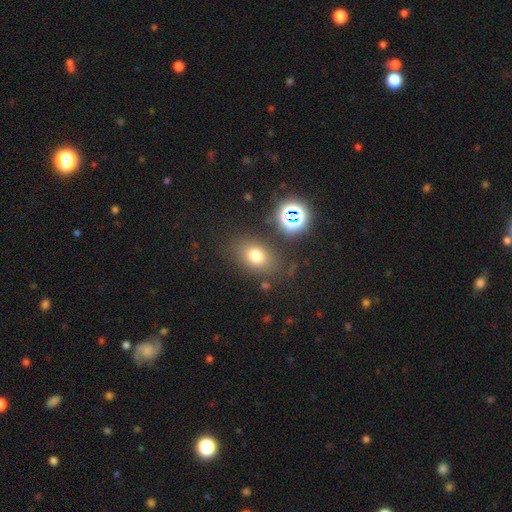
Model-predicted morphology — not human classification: Smooth or featured?
  - smooth: 73% *
  - star or artifact: 17%
  - featured or disk: 10%
How rounded?
  - in between: 66% *
  - round: 33%
  - cigar-shaped: 1%
Merging?
  - none: 78% *
  - minor disturbance: 12%
  - major disturbance: 5%
  - merger: 5%